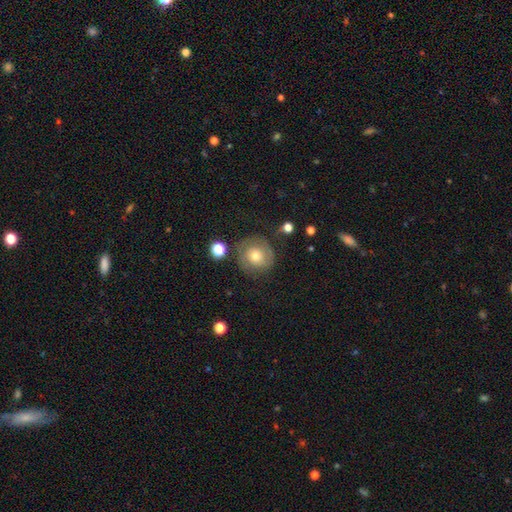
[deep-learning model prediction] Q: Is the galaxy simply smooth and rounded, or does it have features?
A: smooth — 51%.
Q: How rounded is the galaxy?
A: round — 88%.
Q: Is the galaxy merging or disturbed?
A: none — 69%.